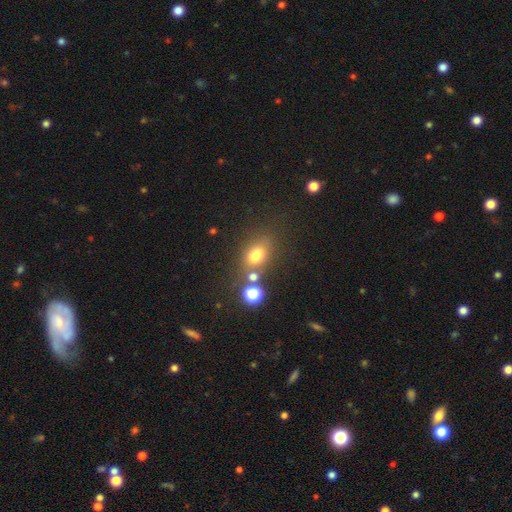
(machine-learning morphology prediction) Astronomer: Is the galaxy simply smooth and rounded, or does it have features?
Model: smooth — 72%.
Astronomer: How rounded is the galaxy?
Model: in between — 71%.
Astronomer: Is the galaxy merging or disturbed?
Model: none — 57%.